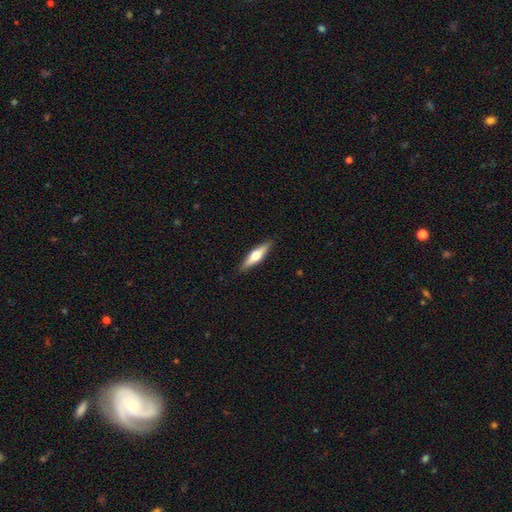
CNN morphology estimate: This appears to be a featured or disk galaxy (50%) viewed edge-on (95%). Merging: none (89%).